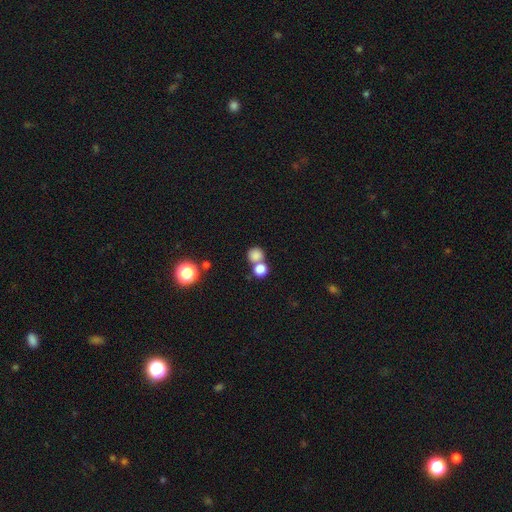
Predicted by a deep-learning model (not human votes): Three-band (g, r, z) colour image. It shows a smooth galaxy with no disk features (81%) that is round (87%). Merging: none (52%).